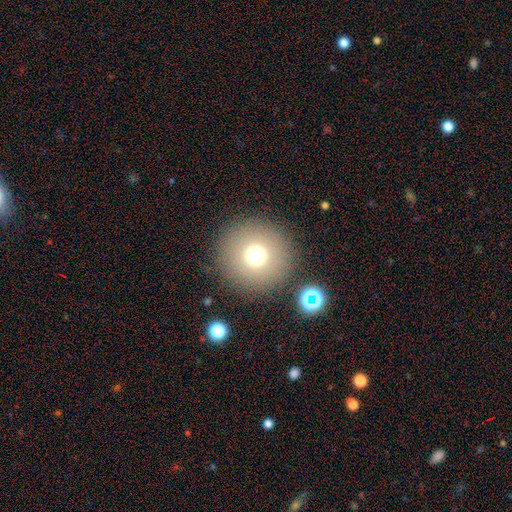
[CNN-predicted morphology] Smooth or featured? smooth (70%)
How rounded? round (95%)
Merging? none (88%)